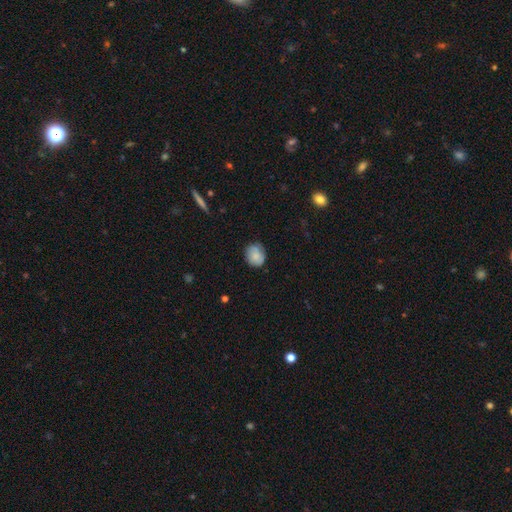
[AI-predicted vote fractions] smooth 77%, featured or disk 15%, star or artifact 8%. Down the decision tree: how rounded — round (66%); merging — none (71%).